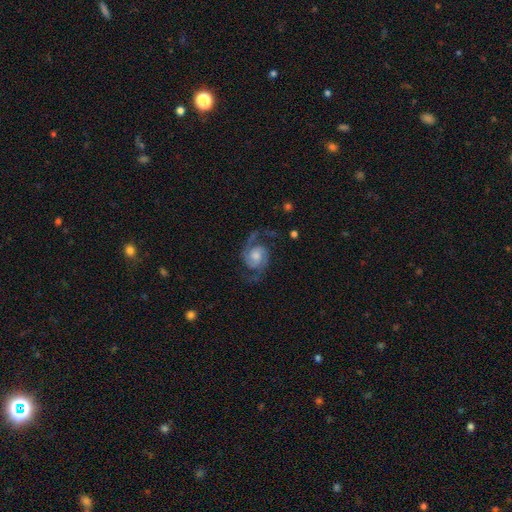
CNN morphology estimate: A featured or disk galaxy (90%) with no bar (68%), 2 (94%) medium (55%) spiral arms (98%) and a moderate central bulge (52%).

Vote fractions:
- Smooth or featured? featured or disk: 90% / star or artifact: 5% / smooth: 5%
- Edge-on disk? no: 98% / yes: 2%
- Bar? no: 68% / weak: 27% / strong: 6%
- Spiral arms? yes: 98% / no: 2%
- Spiral winding? medium: 55% / loose: 25% / tight: 20%
- Spiral arm count? 2: 94% / can't tell: 2% / 3: 1% / 1: 1% / 4: 1% / more than 4: 1%
- Bulge size? moderate: 52% / small: 29% / large: 11% / none: 5% / dominant: 2%
- Merging? none: 77% / minor disturbance: 13% / major disturbance: 8% / merger: 1%